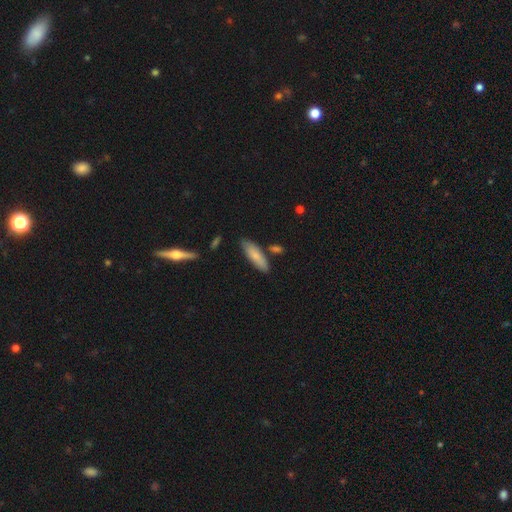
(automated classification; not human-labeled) Smooth or featured? smooth (77%)
How rounded? in between (53%)
Merging? none (77%)